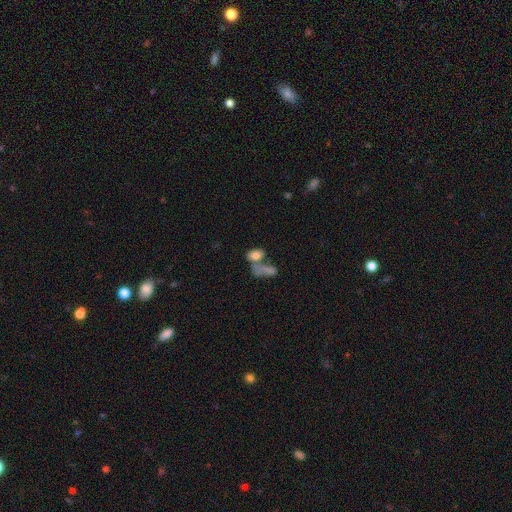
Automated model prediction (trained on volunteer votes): Morphology: type=smooth (74%); roundness=in between (85%); merging=merger (48%).